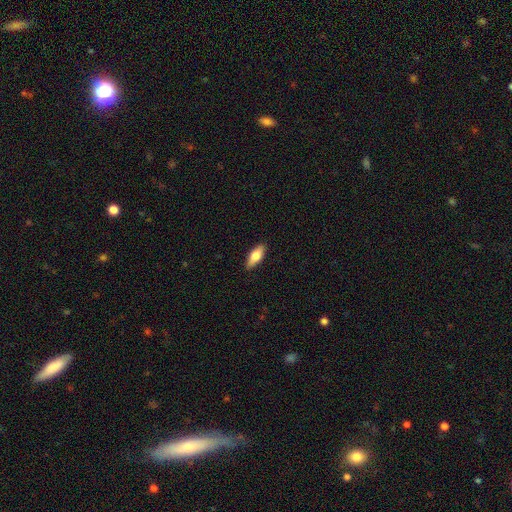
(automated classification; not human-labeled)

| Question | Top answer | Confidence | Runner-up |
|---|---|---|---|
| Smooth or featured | smooth | 71% | featured or disk (23%) |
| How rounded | in between | 74% | cigar-shaped (24%) |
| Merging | none | 88% | minor disturbance (9%) |